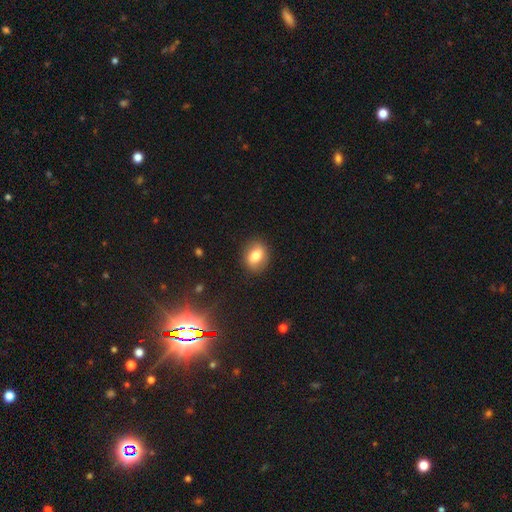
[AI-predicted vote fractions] Q: Smooth or featured?
A: smooth (74%); runner-up: featured or disk (17%)
Q: How rounded?
A: in between (56%); runner-up: round (43%)
Q: Merging?
A: none (86%); runner-up: minor disturbance (10%)